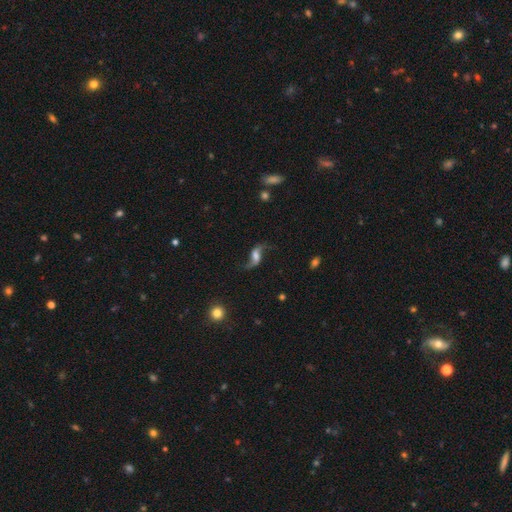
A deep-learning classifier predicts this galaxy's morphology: A featured or disk galaxy (83%) with a weak bar (42%), 2 (94%) loose (92%) spiral arms (96%) and a moderate central bulge (38%).

Vote fractions:
- Smooth or featured? featured or disk: 83% / smooth: 10% / star or artifact: 7%
- Edge-on disk? no: 93% / yes: 7%
- Bar? weak: 42% / no: 39% / strong: 20%
- Spiral arms? yes: 96% / no: 4%
- Spiral winding? loose: 92% / medium: 6% / tight: 2%
- Spiral arm count? 2: 94% / 1: 2% / can't tell: 1% / 3: 1% / 4: 1% / more than 4: 1%
- Bulge size? moderate: 38% / large: 23% / small: 21% / none: 13% / dominant: 5%
- Merging? none: 75% / minor disturbance: 14% / major disturbance: 9% / merger: 3%